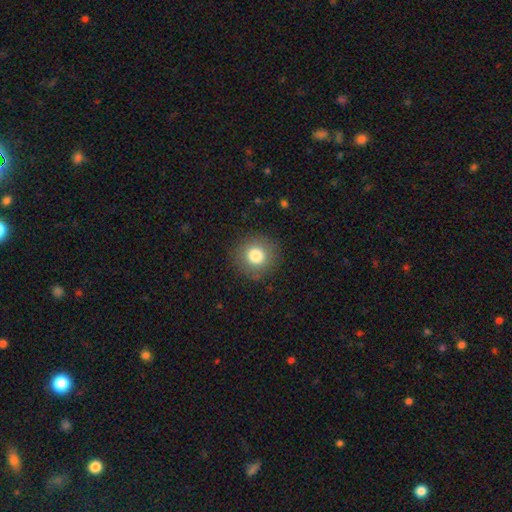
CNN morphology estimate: A smooth galaxy with no disk features (80%) that is round (94%). Merging: none (89%).